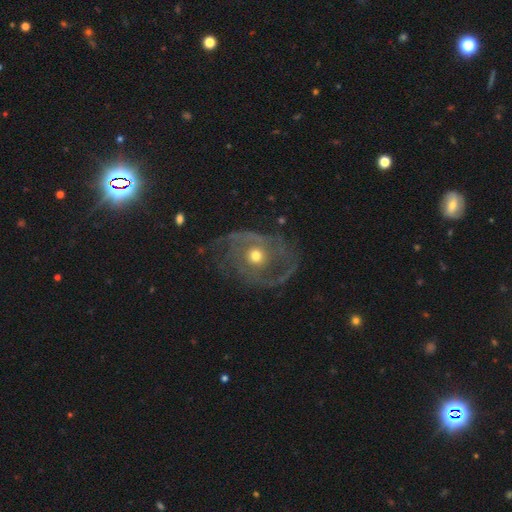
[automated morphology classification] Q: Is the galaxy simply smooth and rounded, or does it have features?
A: featured or disk — 80%.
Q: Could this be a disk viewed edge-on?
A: no — 97%.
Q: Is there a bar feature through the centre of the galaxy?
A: no — 79%.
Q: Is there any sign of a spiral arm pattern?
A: yes — 82%.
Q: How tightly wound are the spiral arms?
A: medium — 45%.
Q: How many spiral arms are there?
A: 2 — 58%.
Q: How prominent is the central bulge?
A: moderate — 64%.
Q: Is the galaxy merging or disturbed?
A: none — 57%.